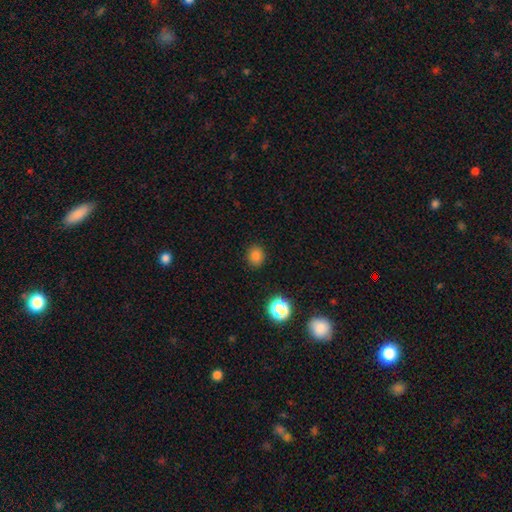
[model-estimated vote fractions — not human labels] Smooth or featured? smooth (80%)
How rounded? round (72%)
Merging? none (89%)